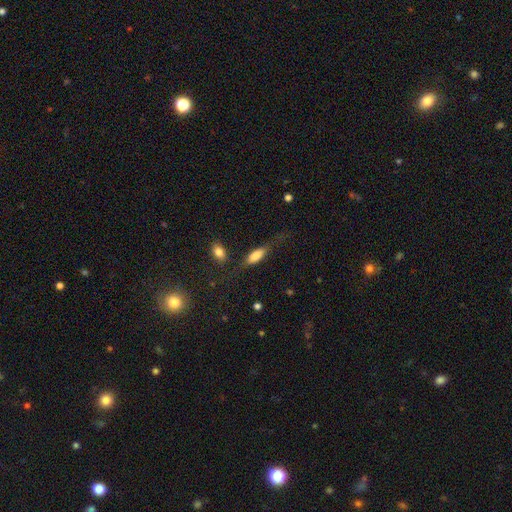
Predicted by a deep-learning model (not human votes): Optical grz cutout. It shows a smooth galaxy with no disk features (72%) that is in between round and cigar-shaped (63%). Merging: none (57%).